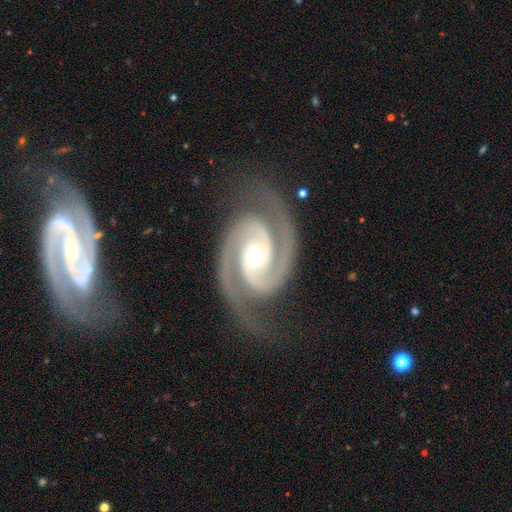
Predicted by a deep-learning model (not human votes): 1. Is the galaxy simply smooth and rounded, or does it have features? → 94% featured or disk, 4% star or artifact, 2% smooth.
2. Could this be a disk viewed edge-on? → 98% no, 2% yes.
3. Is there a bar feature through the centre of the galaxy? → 58% no, 24% weak, 18% strong.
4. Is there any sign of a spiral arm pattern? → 99% yes, 1% no.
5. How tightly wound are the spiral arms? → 51% tight, 44% medium, 5% loose.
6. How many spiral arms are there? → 94% 2, 2% 3, 1% can't tell, 1% 1, 1% 4, 1% more than 4.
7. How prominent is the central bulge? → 54% small, 43% moderate, 2% large, 1% none, 1% dominant.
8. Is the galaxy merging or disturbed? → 80% none, 13% minor disturbance, 5% major disturbance, 1% merger.